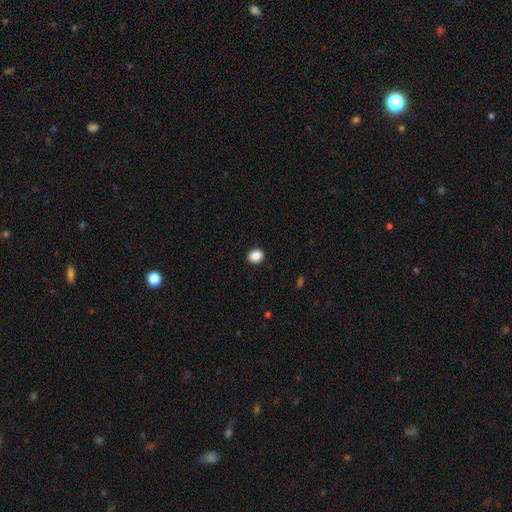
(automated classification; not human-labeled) Smooth or featured?
  - smooth: 88% *
  - star or artifact: 9%
  - featured or disk: 3%
How rounded?
  - round: 67% *
  - in between: 32%
  - cigar-shaped: 1%
Merging?
  - none: 92% *
  - minor disturbance: 6%
  - major disturbance: 2%
  - merger: 1%